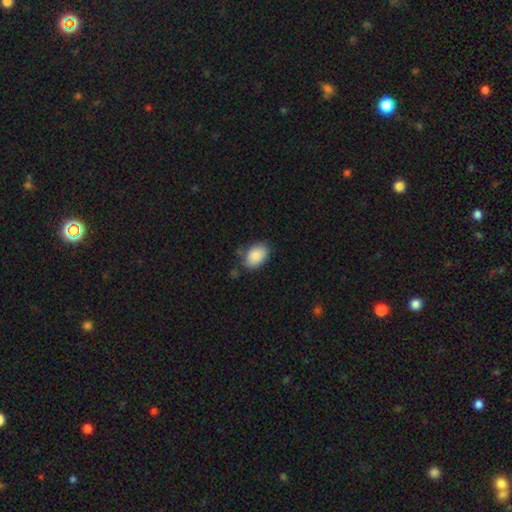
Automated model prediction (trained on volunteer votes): smooth-or-featured: smooth: 88% | star or artifact: 7% | featured or disk: 5%
  how-rounded: in between: 87% | round: 12% | cigar-shaped: 1%
  merging: none: 75% | minor disturbance: 18% | major disturbance: 4% | merger: 3%